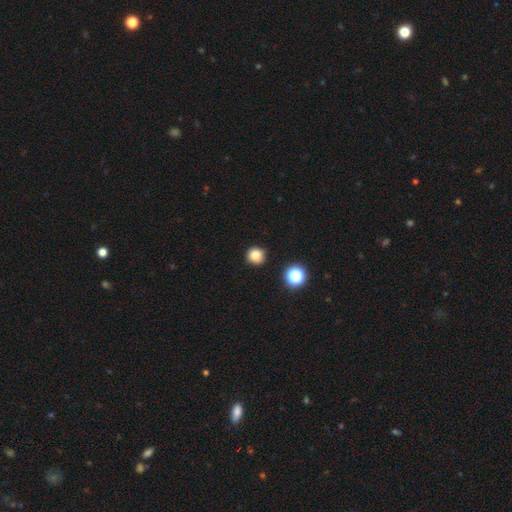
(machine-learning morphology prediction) Smooth or featured?
  - smooth: 80% *
  - star or artifact: 14%
  - featured or disk: 6%
How rounded?
  - round: 93% *
  - in between: 6%
  - cigar-shaped: 1%
Merging?
  - none: 90% *
  - minor disturbance: 6%
  - major disturbance: 2%
  - merger: 2%